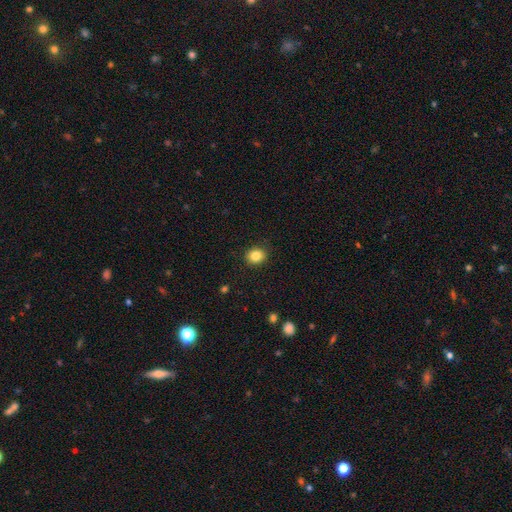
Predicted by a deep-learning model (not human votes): Smooth or featured?
  - smooth: 85% *
  - star or artifact: 10%
  - featured or disk: 5%
How rounded?
  - round: 73% *
  - in between: 26%
  - cigar-shaped: 1%
Merging?
  - none: 90% *
  - minor disturbance: 7%
  - major disturbance: 2%
  - merger: 1%